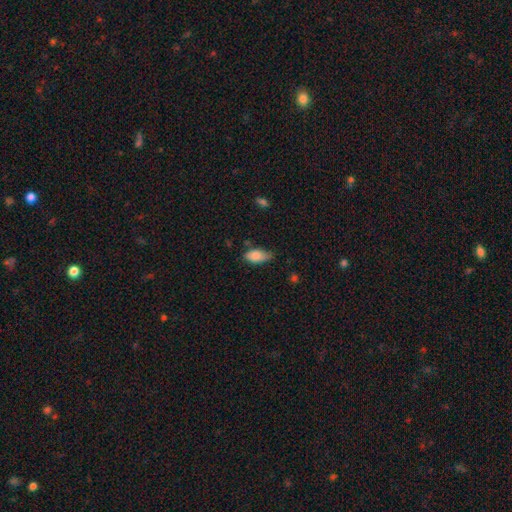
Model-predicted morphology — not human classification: smooth-or-featured: smooth: 83% | featured or disk: 10% | star or artifact: 7%
  how-rounded: in between: 89% | cigar-shaped: 8% | round: 3%
  merging: none: 49% | minor disturbance: 40% | major disturbance: 8% | merger: 3%